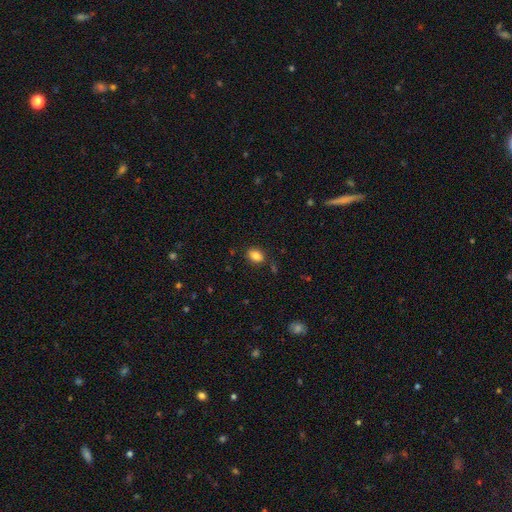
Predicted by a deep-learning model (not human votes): This is clearly a smooth galaxy (85%). How rounded: likely in between (79%). Merging: clearly none (84%).